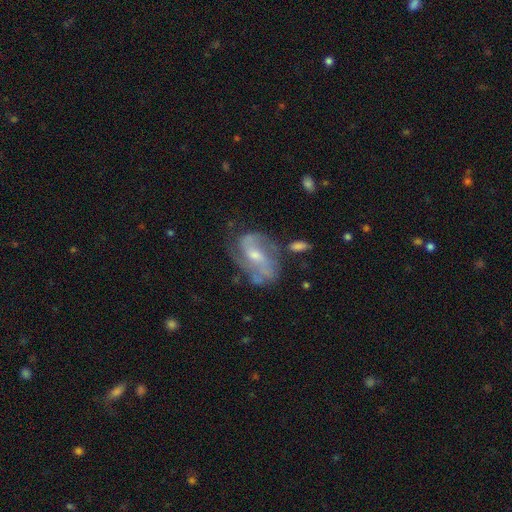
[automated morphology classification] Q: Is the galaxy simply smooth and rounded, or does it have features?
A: featured or disk — 81%.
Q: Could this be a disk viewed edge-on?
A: no — 96%.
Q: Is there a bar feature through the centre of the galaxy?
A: weak — 47%.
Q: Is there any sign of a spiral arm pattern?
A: yes — 91%.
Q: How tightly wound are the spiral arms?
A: medium — 47%.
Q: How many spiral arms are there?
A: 2 — 71%.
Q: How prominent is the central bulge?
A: small — 48%.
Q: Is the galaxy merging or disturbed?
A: none — 59%.